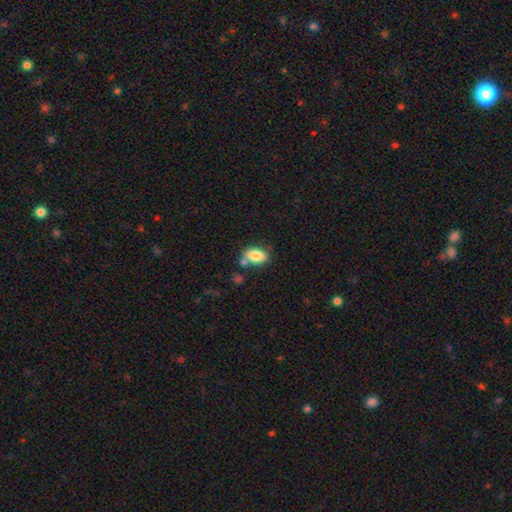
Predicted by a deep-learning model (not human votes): smooth_or_featured: smooth (p=0.83) [alt: featured or disk p=0.09]
how_rounded: in between (p=0.88) [alt: round p=0.09]
merging: none (p=0.65) [alt: minor disturbance p=0.17]